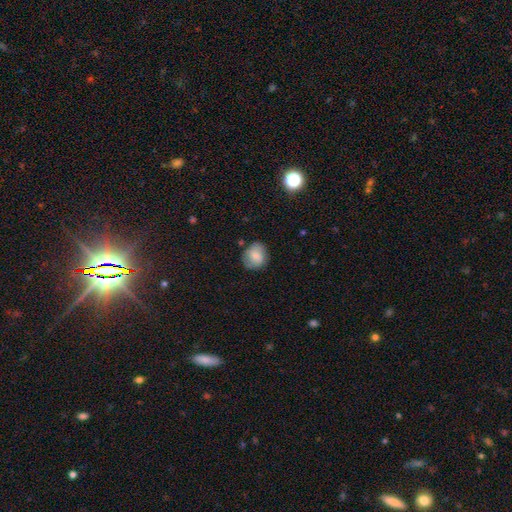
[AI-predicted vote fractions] Overall: smooth (72%). How rounded: round (76%). Merging: none (75%).